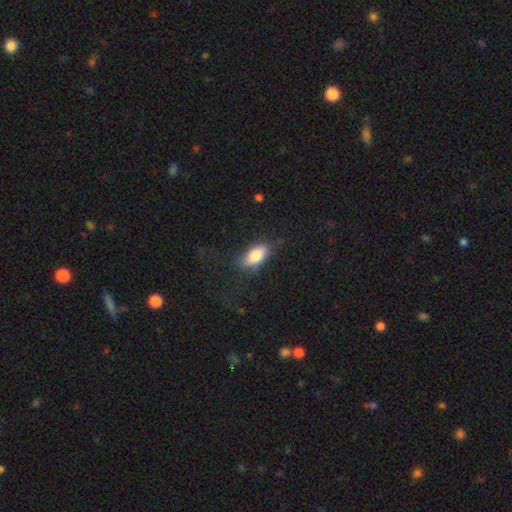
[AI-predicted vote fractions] This is clearly a smooth galaxy (80%). How rounded: clearly in between (88%). Merging: likely none (71%).